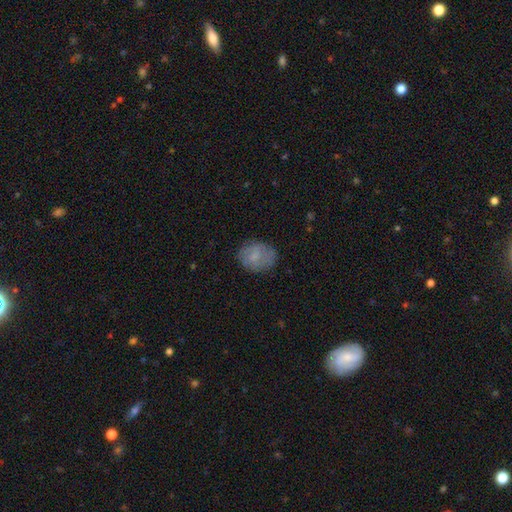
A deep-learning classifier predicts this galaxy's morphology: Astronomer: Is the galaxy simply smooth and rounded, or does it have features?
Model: smooth — 68%.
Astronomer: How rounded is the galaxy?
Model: in between — 53% (runner-up: round, 46%).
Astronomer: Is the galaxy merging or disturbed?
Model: none — 74%.